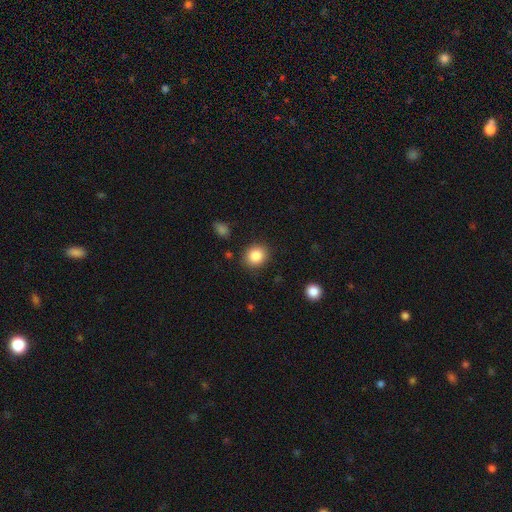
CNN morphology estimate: This is clearly a smooth galaxy (86%). How rounded: likely round (73%). Merging: clearly none (86%).